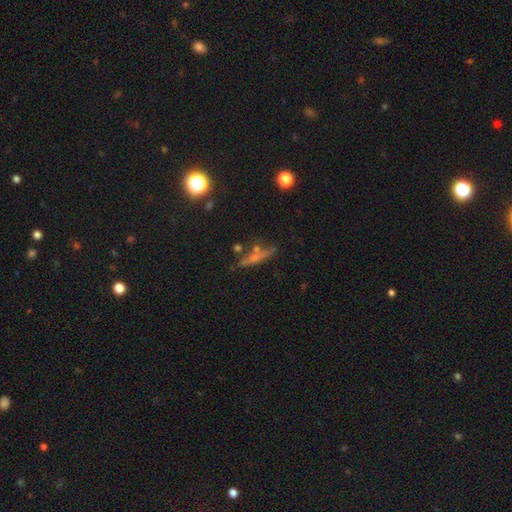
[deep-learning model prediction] Overall: smooth (44%; featured or disk 40%). Merging: none (64%).